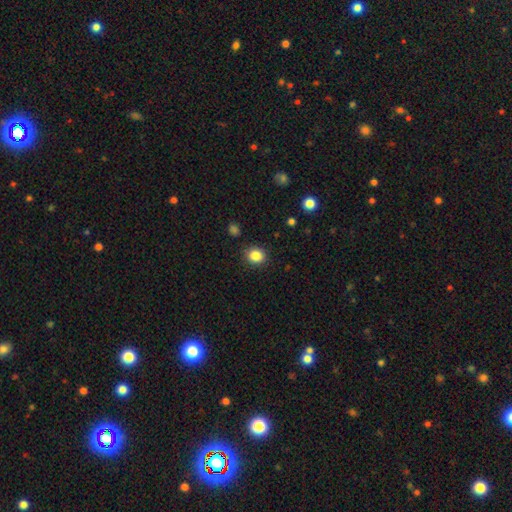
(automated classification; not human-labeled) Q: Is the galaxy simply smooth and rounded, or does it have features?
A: smooth — 85%.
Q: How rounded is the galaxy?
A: round — 74%.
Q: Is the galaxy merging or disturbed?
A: none — 87%.